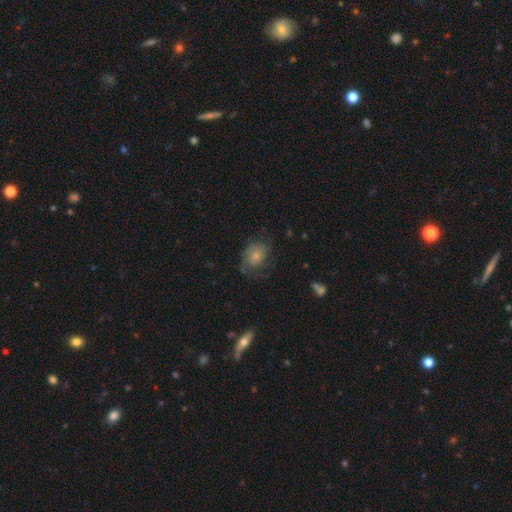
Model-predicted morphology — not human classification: smooth 54%, featured or disk 37%, star or artifact 10%. Down the decision tree: how rounded — in between (57%); merging — none (56%).